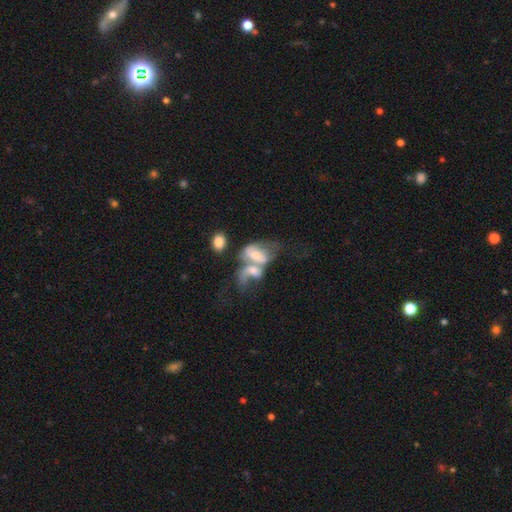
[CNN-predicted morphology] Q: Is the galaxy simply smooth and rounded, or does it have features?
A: featured or disk — 55%.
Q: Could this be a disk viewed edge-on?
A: no — 95%.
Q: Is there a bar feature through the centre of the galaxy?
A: no — 56%.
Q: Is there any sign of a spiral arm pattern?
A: yes — 53%.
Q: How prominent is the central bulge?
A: moderate — 47%.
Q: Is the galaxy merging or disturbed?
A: merger — 71%.